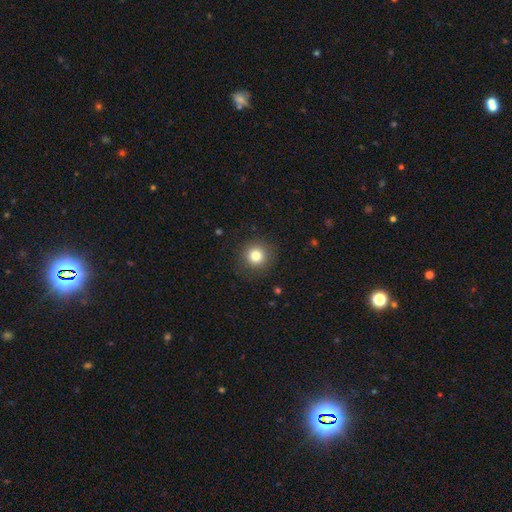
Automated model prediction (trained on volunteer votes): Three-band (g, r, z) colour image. It shows a smooth galaxy with no disk features (80%) that is round (95%). Merging: none (89%).